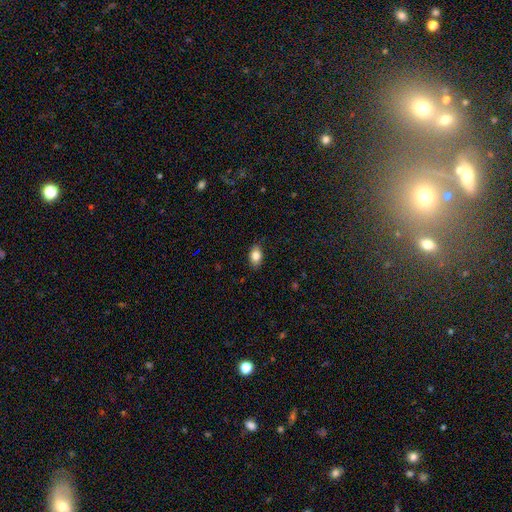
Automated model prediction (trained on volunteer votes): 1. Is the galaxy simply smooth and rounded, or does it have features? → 83% smooth, 8% featured or disk, 8% star or artifact.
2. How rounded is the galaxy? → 88% in between, 9% round, 2% cigar-shaped.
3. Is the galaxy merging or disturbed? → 85% none, 12% minor disturbance, 2% major disturbance, 1% merger.